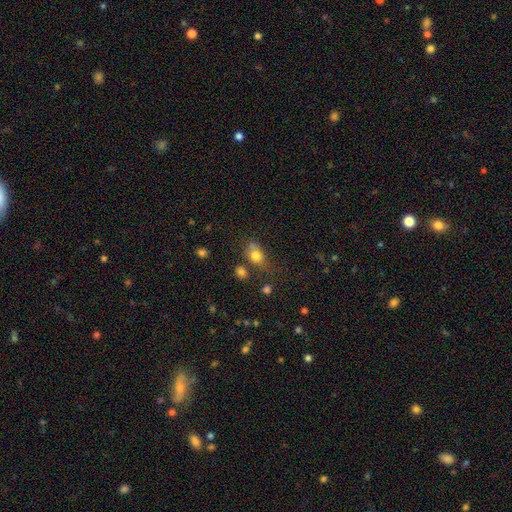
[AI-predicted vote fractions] Q: Smooth or featured?
A: smooth (78%); runner-up: star or artifact (11%)
Q: How rounded?
A: in between (69%); runner-up: round (27%)
Q: Merging?
A: none (45%); runner-up: minor disturbance (28%)